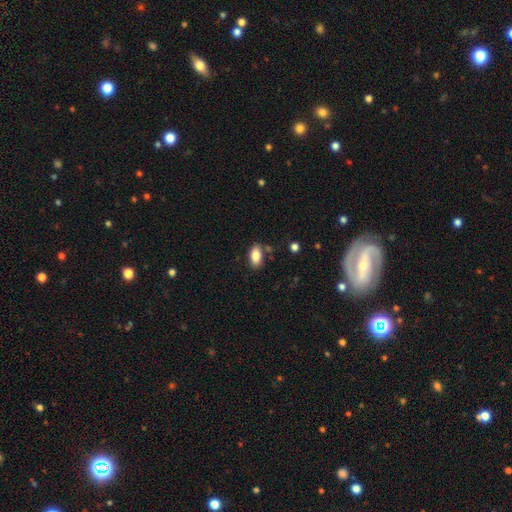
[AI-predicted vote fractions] Q: Smooth or featured?
A: smooth (85%); runner-up: star or artifact (8%)
Q: How rounded?
A: in between (92%); runner-up: round (5%)
Q: Merging?
A: none (81%); runner-up: minor disturbance (12%)